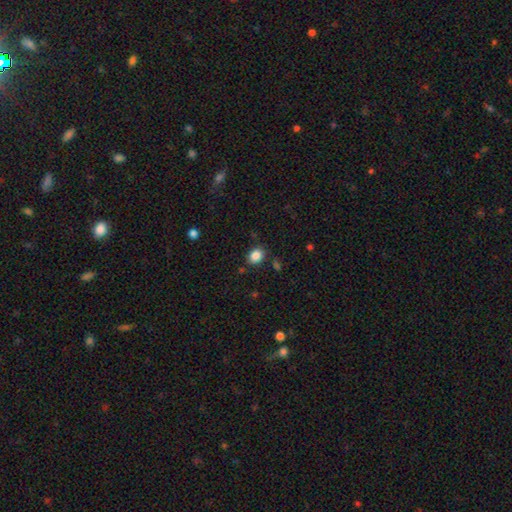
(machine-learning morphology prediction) smooth-or-featured: smooth: 86% | star or artifact: 10% | featured or disk: 4%
  how-rounded: round: 50% | in between: 49% | cigar-shaped: 1%
  merging: none: 84% | minor disturbance: 10% | merger: 3% | major disturbance: 3%